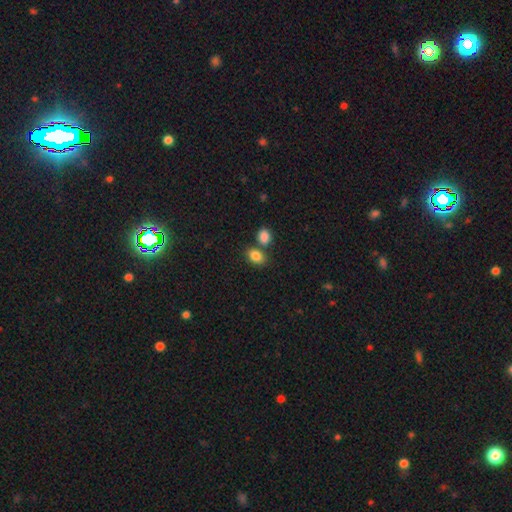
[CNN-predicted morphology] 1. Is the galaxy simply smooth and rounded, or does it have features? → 85% smooth, 9% star or artifact, 6% featured or disk.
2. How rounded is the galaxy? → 72% in between, 27% round, 1% cigar-shaped.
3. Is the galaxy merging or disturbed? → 61% none, 26% merger, 10% minor disturbance, 3% major disturbance.